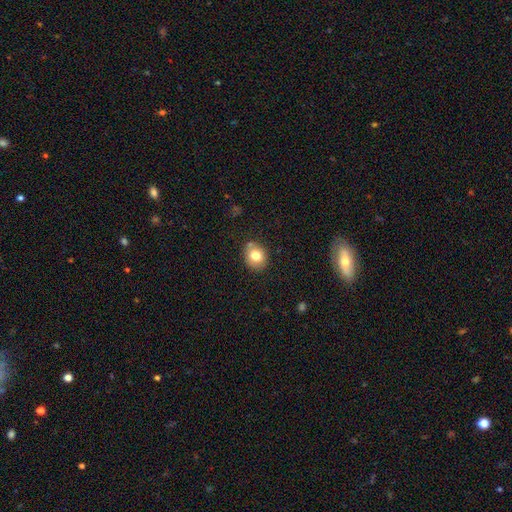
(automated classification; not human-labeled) This appears to be a smooth galaxy with no disk features (78%) that is round (67%). Merging: none (79%).